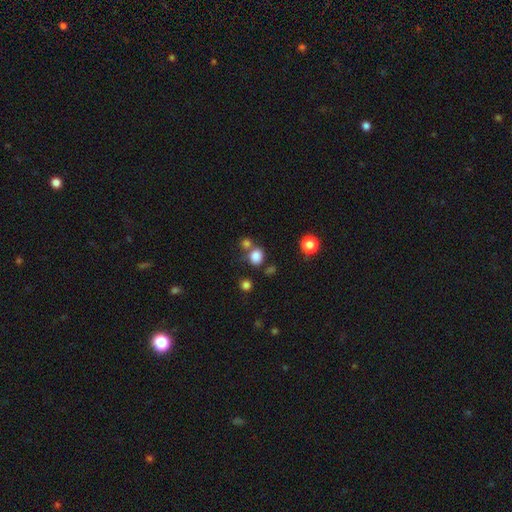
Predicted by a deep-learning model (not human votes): Smooth or featured? Predicted: smooth (p=0.82). How rounded? Predicted: round (p=0.70). Merging? Predicted: none (p=0.66).